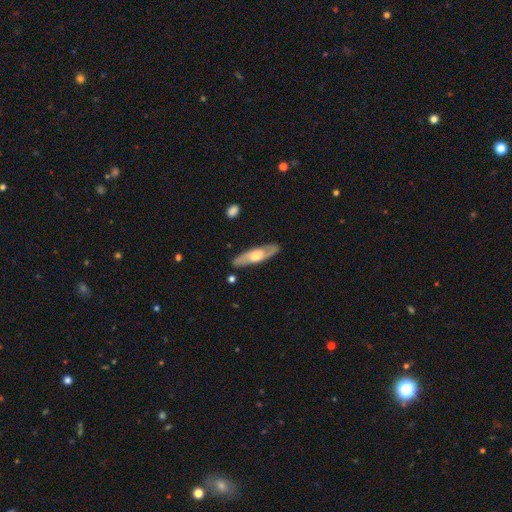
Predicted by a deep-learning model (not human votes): smooth-or-featured: featured or disk: 63% | smooth: 31% | star or artifact: 5%
  disk-edge-on: no: 51% | yes: 49%
  merging: none: 85% | minor disturbance: 11% | major disturbance: 2% | merger: 2%